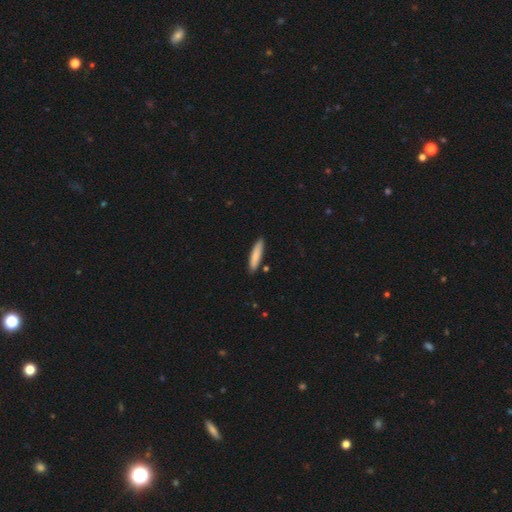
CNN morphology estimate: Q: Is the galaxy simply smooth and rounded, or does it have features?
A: smooth — 83%.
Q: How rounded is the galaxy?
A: cigar-shaped — 83%.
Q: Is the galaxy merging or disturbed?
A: none — 87%.